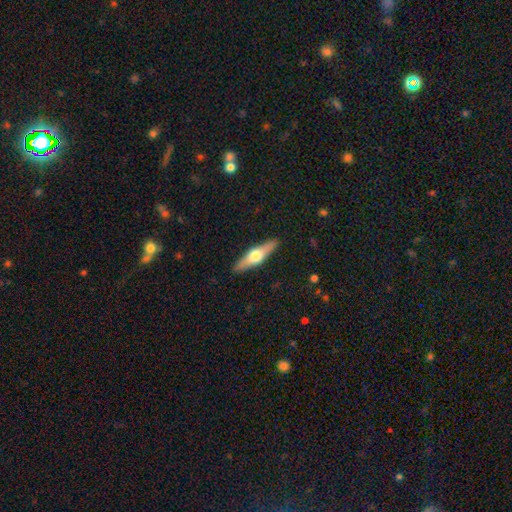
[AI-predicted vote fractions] This appears to be a featured or disk galaxy (58%) viewed edge-on (94%) with a rounded central bulge (95%). Merging: none (91%).